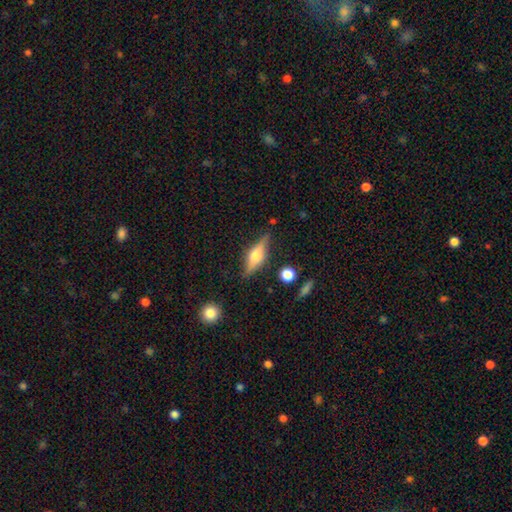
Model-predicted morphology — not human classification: Q: Smooth or featured?
A: featured or disk (57%); runner-up: smooth (35%)
Q: Edge-on disk?
A: yes (92%); runner-up: no (8%)
Q: Edge-on bulge?
A: rounded (89%); runner-up: boxy (8%)
Q: Merging?
A: none (81%); runner-up: minor disturbance (13%)